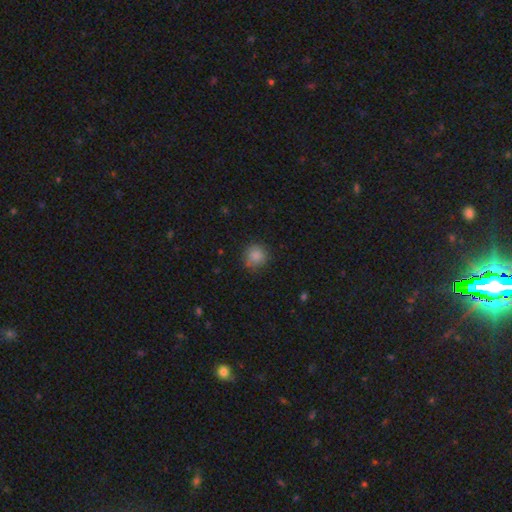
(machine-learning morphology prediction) Smooth or featured? Predicted: smooth (p=0.85). How rounded? Predicted: round (p=0.91). Merging? Predicted: none (p=0.78).